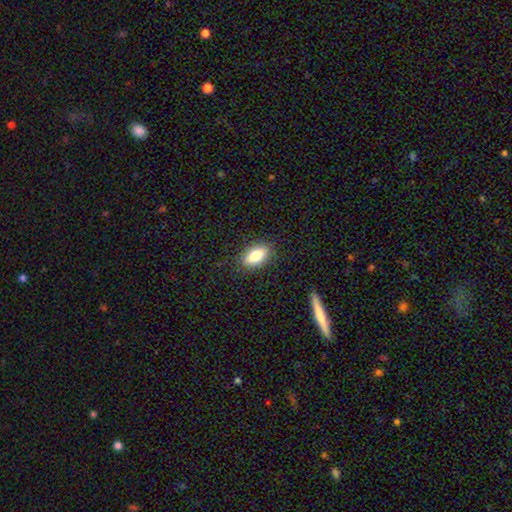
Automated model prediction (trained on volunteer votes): Morphology: type=smooth (78%); roundness=in between (87%); merging=none (86%).